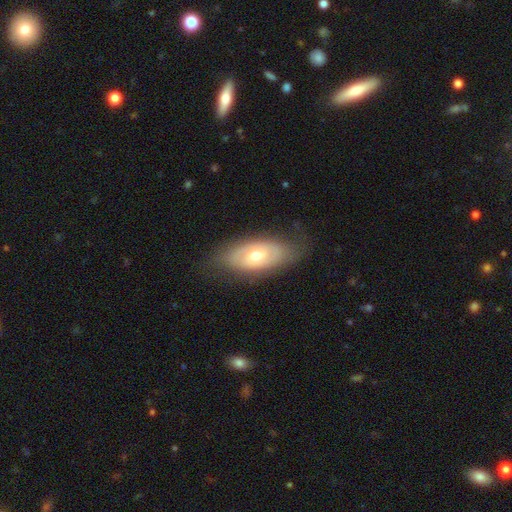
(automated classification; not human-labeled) The model was most divided on "smooth or featured": featured or disk: 51%, smooth: 42%, star or artifact: 6%. More confident: edge-on disk — no (85%); merging — none (73%).